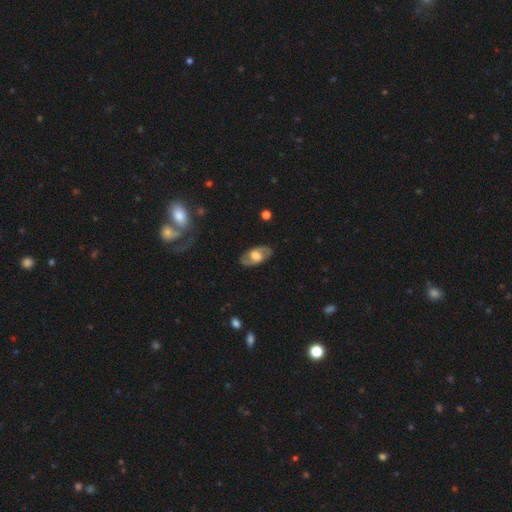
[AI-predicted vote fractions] Smooth or featured: featured or disk — 64% (smooth — 30%)
Edge-on disk: no — 89% (yes — 11%)
Bar: no — 51% (weak — 38%)
Spiral arms: yes — 74% (no — 26%)
Bulge size: moderate — 43% (large — 42%)
Merging: none — 84% (minor disturbance — 12%)